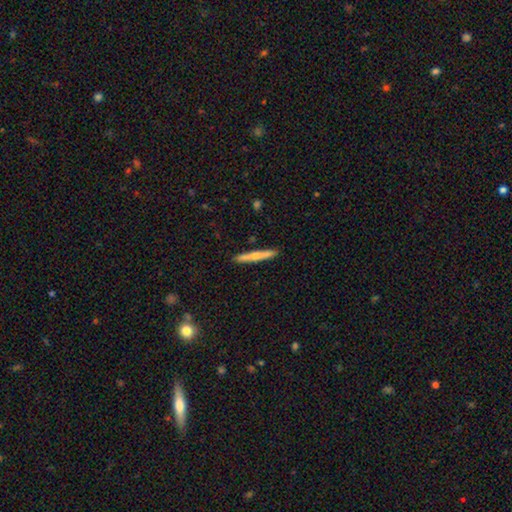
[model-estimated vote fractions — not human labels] smooth 54%, featured or disk 40%, star or artifact 6%. Down the decision tree: how rounded — cigar-shaped (94%); merging — none (90%).